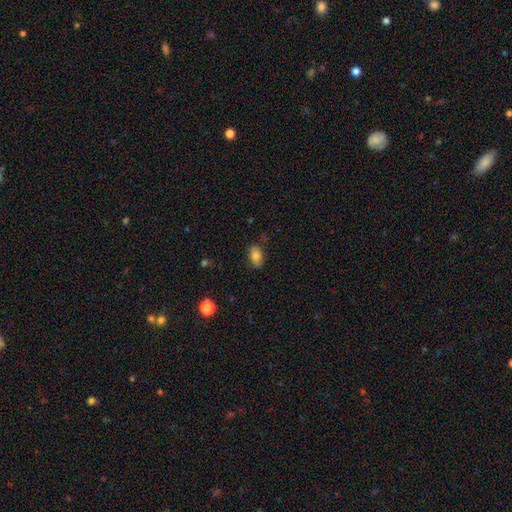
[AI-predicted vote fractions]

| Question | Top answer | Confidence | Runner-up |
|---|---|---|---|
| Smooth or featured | smooth | 79% | featured or disk (12%) |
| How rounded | in between | 87% | round (11%) |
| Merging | none | 81% | minor disturbance (15%) |